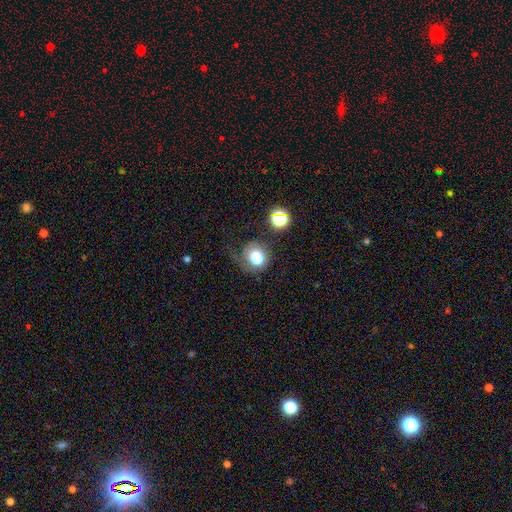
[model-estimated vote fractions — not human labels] Smooth or featured: smooth — 68% (featured or disk — 17%)
How rounded: round — 79% (in between — 20%)
Merging: none — 52% (major disturbance — 22%)